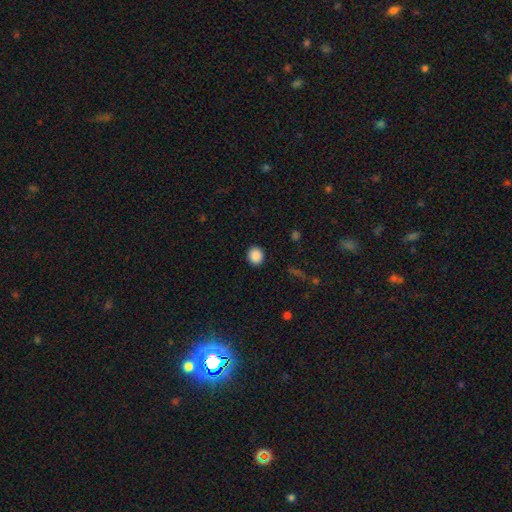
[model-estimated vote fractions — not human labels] Morphology: type=smooth (89%); roundness=round (78%); merging=none (91%).